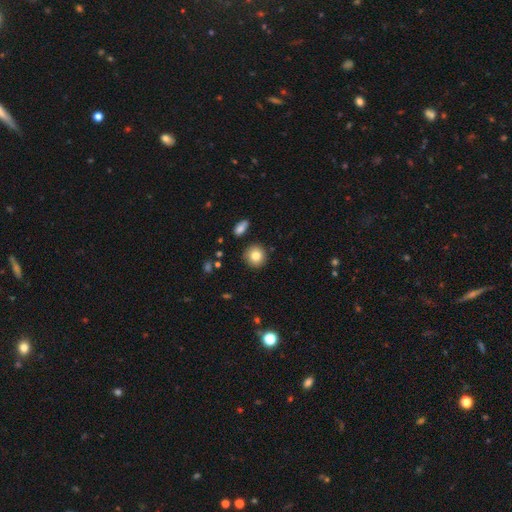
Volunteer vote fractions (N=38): Volunteers were most divided on "merging": none: 89%, minor disturbance: 11%, major disturbance: 0%, merger: 0%. More confident: how rounded — round (94%); smooth or featured — smooth (87%).